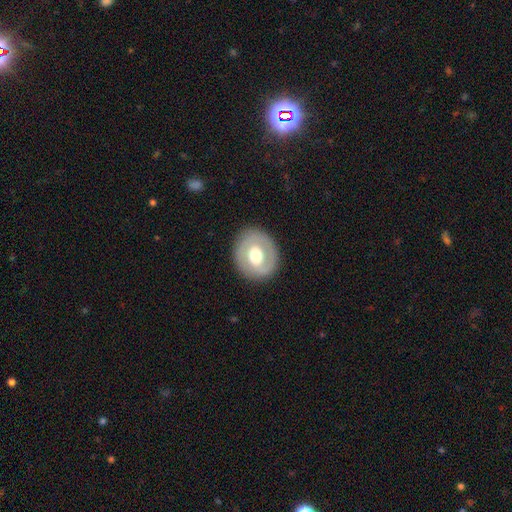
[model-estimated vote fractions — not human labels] A featured or disk galaxy (53%) with no bar (55%), no spiral arms (66%) and a moderate central bulge (65%).

Vote fractions:
- Smooth or featured? featured or disk: 53% / smooth: 41% / star or artifact: 6%
- Edge-on disk? no: 95% / yes: 5%
- Bar? no: 55% / weak: 32% / strong: 13%
- Spiral arms? no: 66% / yes: 34%
- Bulge size? moderate: 65% / large: 25% / small: 7% / dominant: 2% / none: 1%
- Merging? none: 85% / minor disturbance: 10% / major disturbance: 4% / merger: 1%